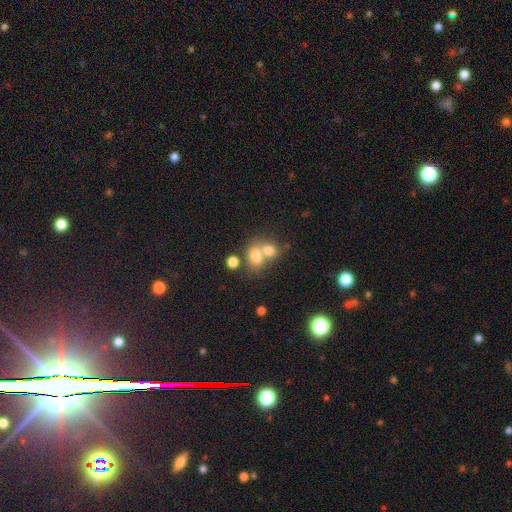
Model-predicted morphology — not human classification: Smooth or featured? Predicted: smooth (p=0.74). How rounded? Predicted: in between (p=0.51). Merging? Predicted: merger (p=0.61).